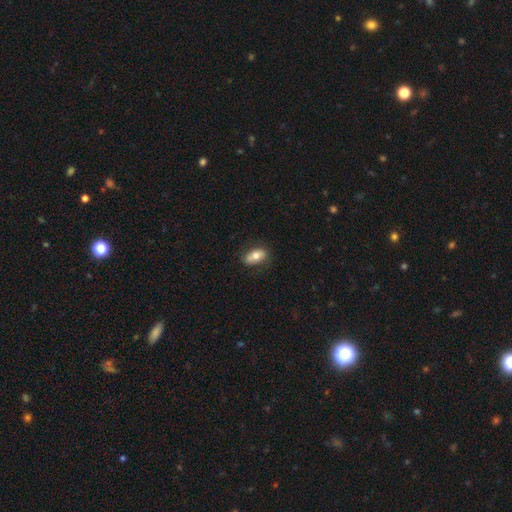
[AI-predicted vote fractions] Smooth or featured? Predicted: smooth (p=0.74). How rounded? Predicted: in between (p=0.88). Merging? Predicted: none (p=0.80).